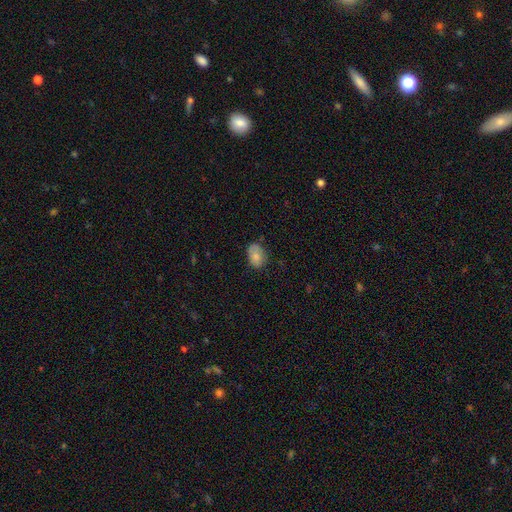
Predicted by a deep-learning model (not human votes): This is likely a smooth galaxy (79%). How rounded: clearly in between (82%). Merging: likely none (66%).